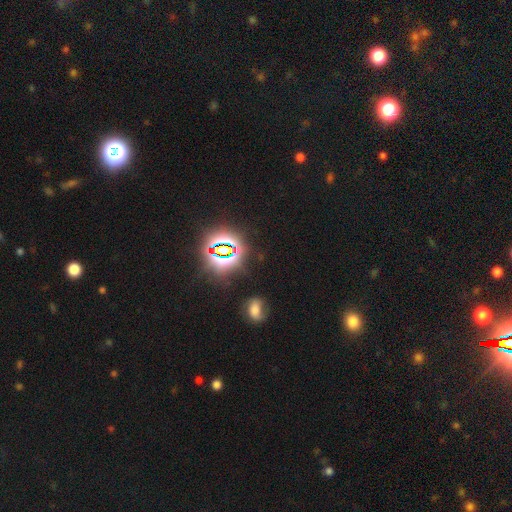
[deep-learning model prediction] This is likely a star or artifact rather than a galaxy (79%).